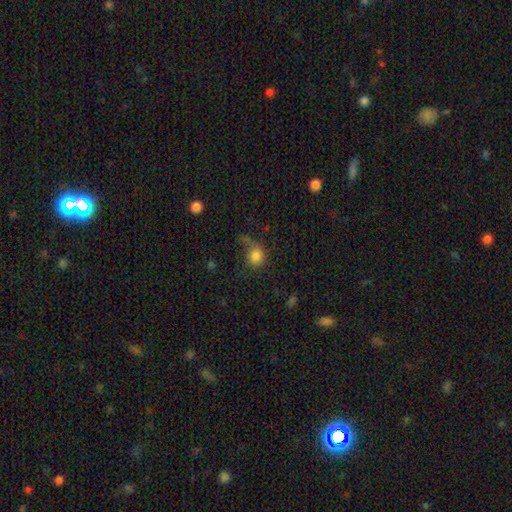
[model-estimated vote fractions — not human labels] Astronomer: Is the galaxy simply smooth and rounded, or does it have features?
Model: smooth — 81%.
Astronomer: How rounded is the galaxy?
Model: round — 77%.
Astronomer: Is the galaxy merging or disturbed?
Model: none — 43% (runner-up: major disturbance, 26%).